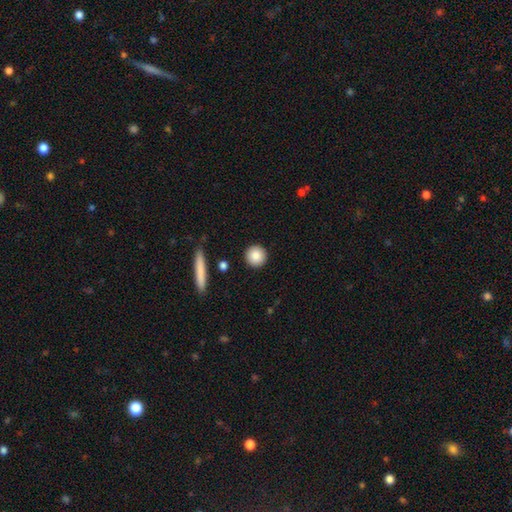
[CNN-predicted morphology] This is clearly a smooth galaxy (87%). How rounded: clearly round (94%). Merging: clearly none (91%).